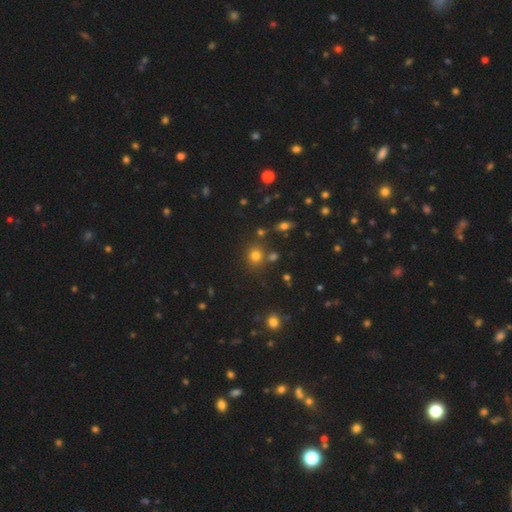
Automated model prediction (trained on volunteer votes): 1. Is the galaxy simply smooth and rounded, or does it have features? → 74% smooth, 19% star or artifact, 8% featured or disk.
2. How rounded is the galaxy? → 84% round, 15% in between, 1% cigar-shaped.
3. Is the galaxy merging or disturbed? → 75% none, 11% merger, 10% minor disturbance, 4% major disturbance.